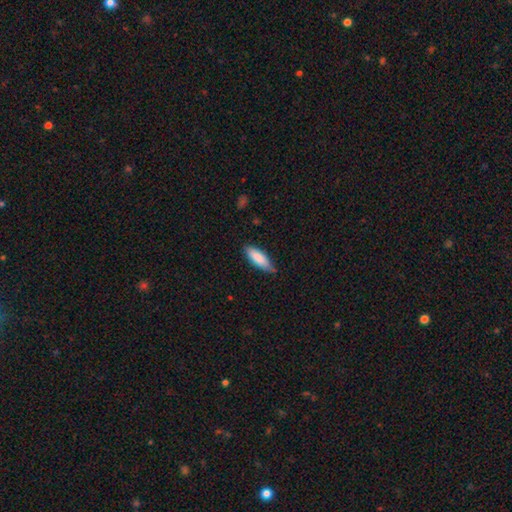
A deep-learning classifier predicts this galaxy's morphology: This is clearly a smooth galaxy (84%). How rounded: possibly in between (58%). Merging: likely none (75%).